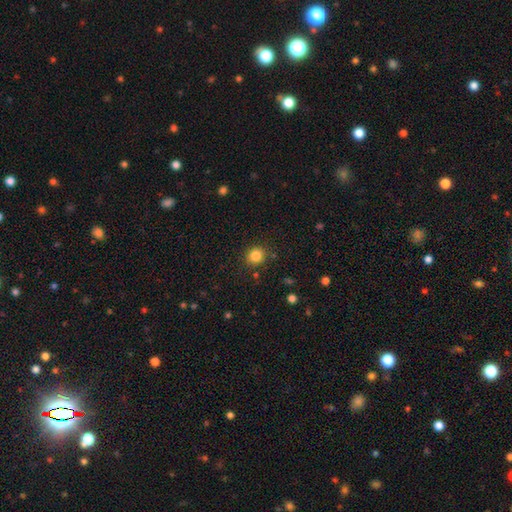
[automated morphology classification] A smooth galaxy with no disk features (83%) that is round (87%). Merging: none (87%).